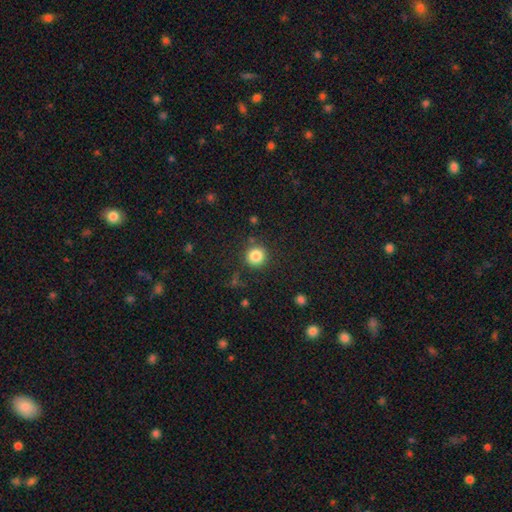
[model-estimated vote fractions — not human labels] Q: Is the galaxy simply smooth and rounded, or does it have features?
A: smooth — 85%.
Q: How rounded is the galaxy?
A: round — 93%.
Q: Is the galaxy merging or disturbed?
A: none — 86%.